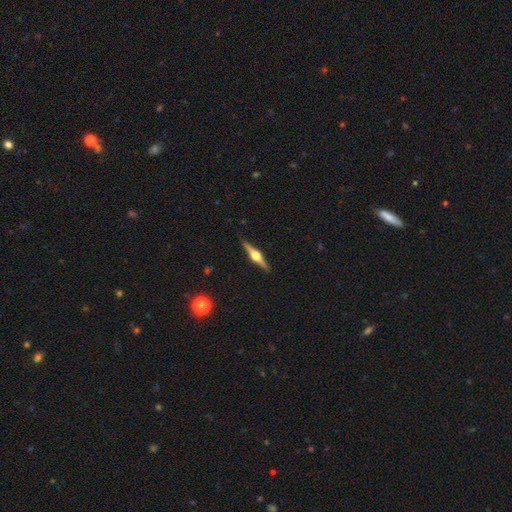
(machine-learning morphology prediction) smooth_or_featured: featured or disk (p=0.81) [alt: smooth p=0.13]
disk_edge_on: yes (p=0.98) [alt: no p=0.02]
edge_on_bulge: rounded (p=0.95) [alt: boxy p=0.03]
merging: none (p=0.90) [alt: minor disturbance p=0.07]